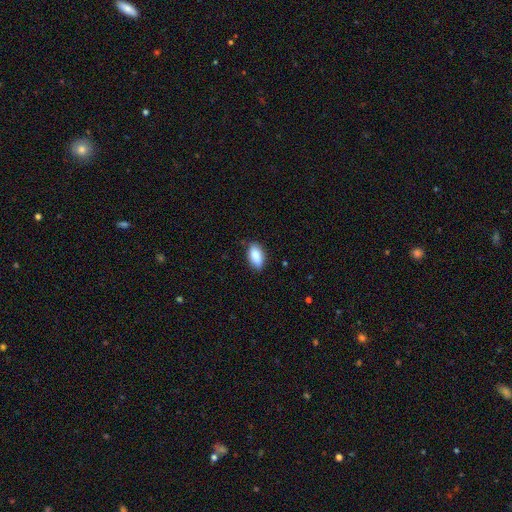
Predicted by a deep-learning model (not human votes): The model was most divided on "merging": none: 82%, minor disturbance: 14%, major disturbance: 2%, merger: 1%. More confident: how rounded — in between (90%); smooth or featured — smooth (86%).